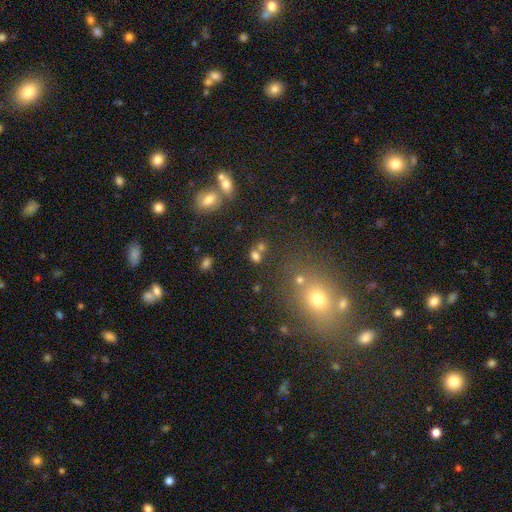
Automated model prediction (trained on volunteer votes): smooth 69%, star or artifact 21%, featured or disk 10%. Down the decision tree: how rounded — in between (50%); merging — none (52%).